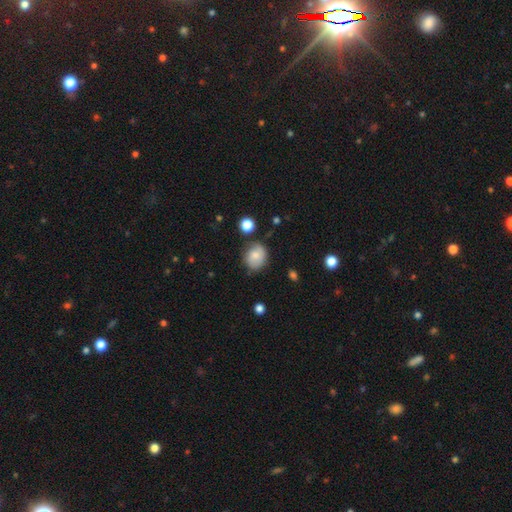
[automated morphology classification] smooth-or-featured: smooth: 75% | featured or disk: 16% | star or artifact: 9%
  how-rounded: round: 66% | in between: 33% | cigar-shaped: 1%
  merging: none: 68% | minor disturbance: 22% | major disturbance: 5% | merger: 4%